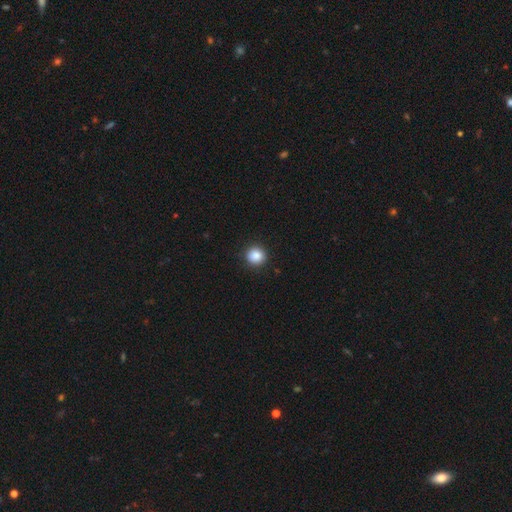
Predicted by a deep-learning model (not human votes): Q: Smooth or featured?
A: smooth (87%); runner-up: star or artifact (9%)
Q: How rounded?
A: round (92%); runner-up: in between (7%)
Q: Merging?
A: none (91%); runner-up: minor disturbance (6%)